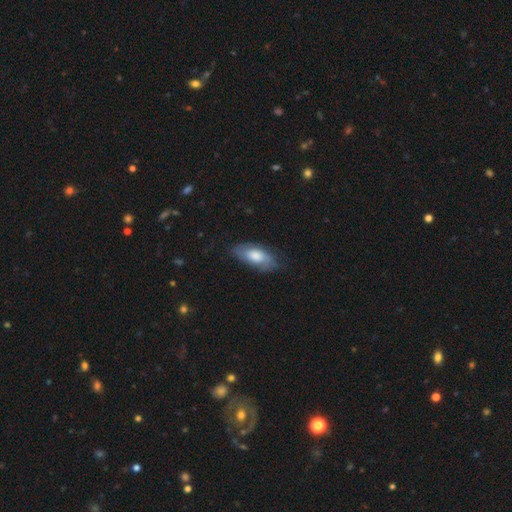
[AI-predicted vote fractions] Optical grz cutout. It shows a smooth galaxy with no disk features (64%) that is in between round and cigar-shaped (84%). Merging: none (68%).